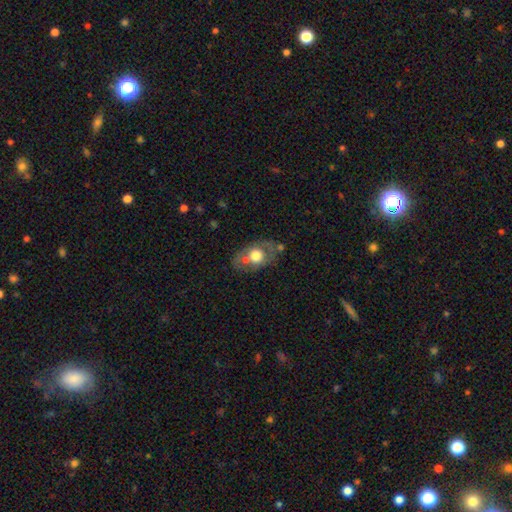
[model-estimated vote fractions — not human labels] This is possibly a smooth galaxy (54%). How rounded: likely in between (71%). Merging: possibly none (55%).